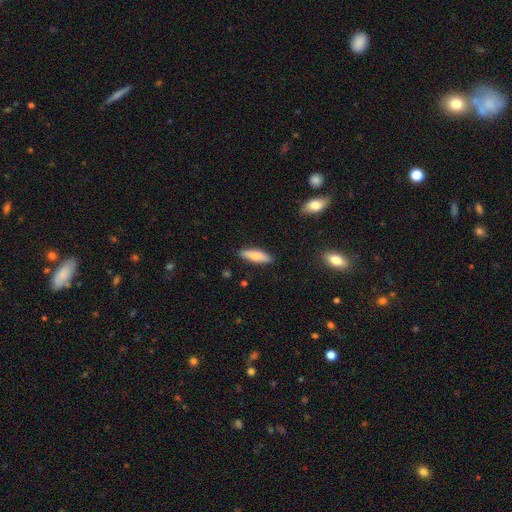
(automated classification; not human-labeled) Smooth or featured? Predicted: smooth (p=0.72). How rounded? Predicted: cigar-shaped (p=0.52). Merging? Predicted: none (p=0.87).